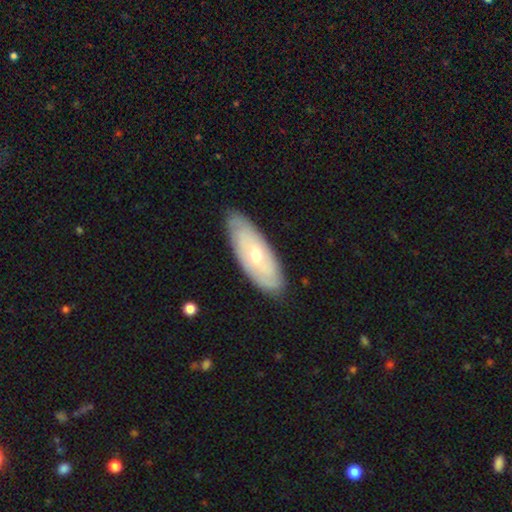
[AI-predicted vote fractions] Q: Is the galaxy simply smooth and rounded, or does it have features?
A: featured or disk — 54%.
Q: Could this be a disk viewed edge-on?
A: no — 79%.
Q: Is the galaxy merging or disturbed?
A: none — 82%.